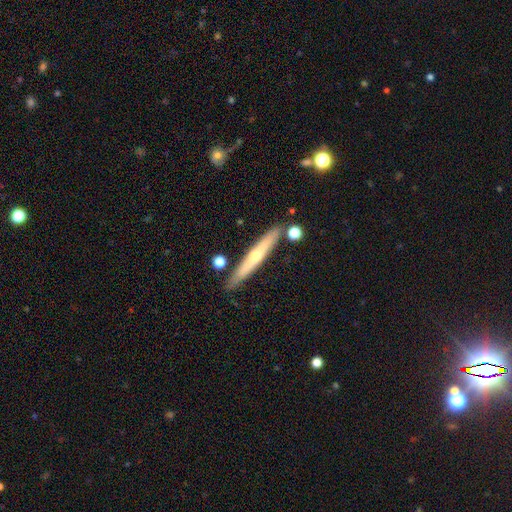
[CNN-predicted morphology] This appears to be a featured or disk galaxy (55%) viewed edge-on (94%) with a rounded central bulge (74%). Merging: none (86%).